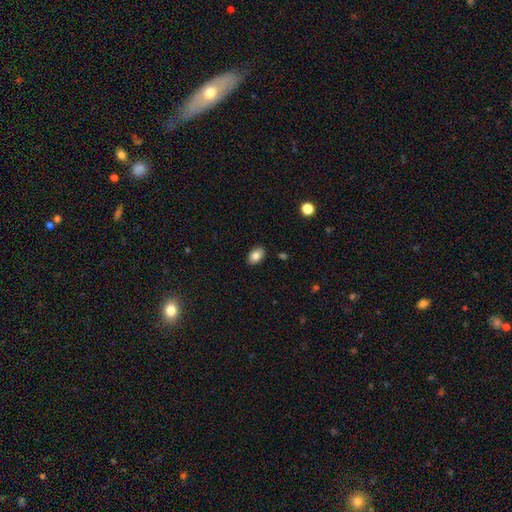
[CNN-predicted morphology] The model was most divided on "smooth or featured": smooth: 83%, featured or disk: 9%, star or artifact: 8%. More confident: how rounded — in between (89%); merging — none (88%).